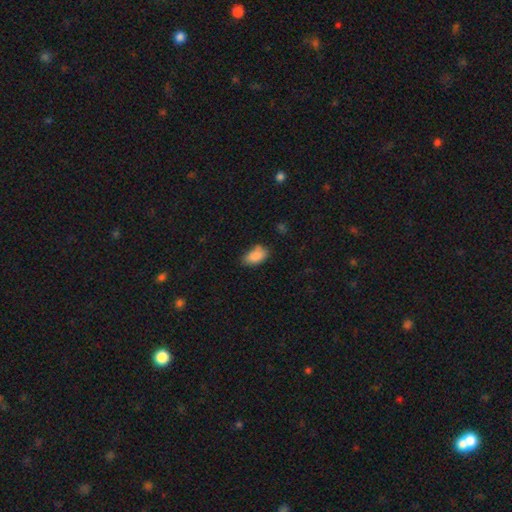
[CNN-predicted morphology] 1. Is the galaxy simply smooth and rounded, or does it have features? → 86% smooth, 7% star or artifact, 7% featured or disk.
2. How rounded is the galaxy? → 92% in between, 6% round, 3% cigar-shaped.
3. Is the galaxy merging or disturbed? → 62% none, 27% minor disturbance, 5% merger, 5% major disturbance.